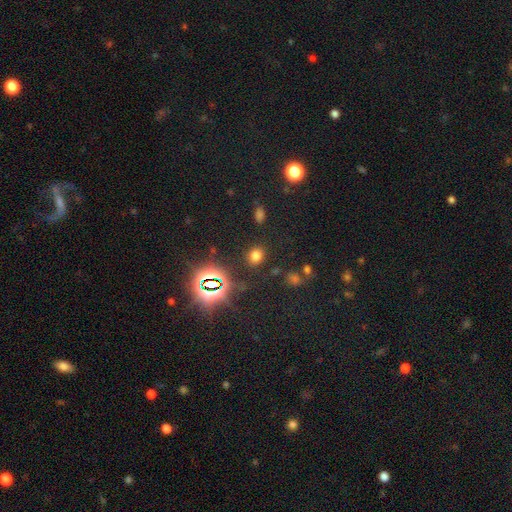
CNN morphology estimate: Smooth or featured? smooth (67%)
How rounded? round (53%)
Merging? none (86%)